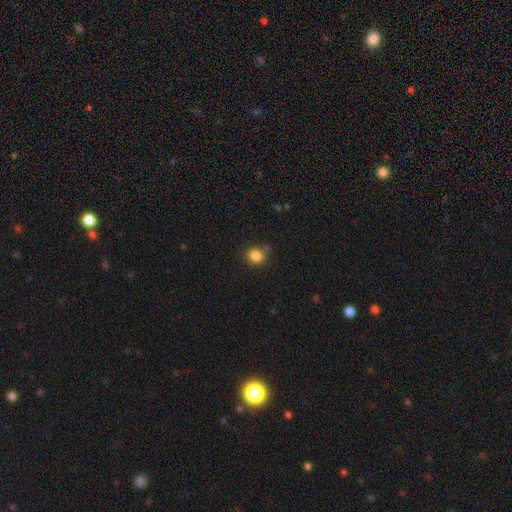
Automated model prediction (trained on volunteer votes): smooth-or-featured: smooth: 84% | star or artifact: 11% | featured or disk: 5%
  how-rounded: round: 78% | in between: 21% | cigar-shaped: 1%
  merging: none: 67% | minor disturbance: 21% | major disturbance: 6% | merger: 6%